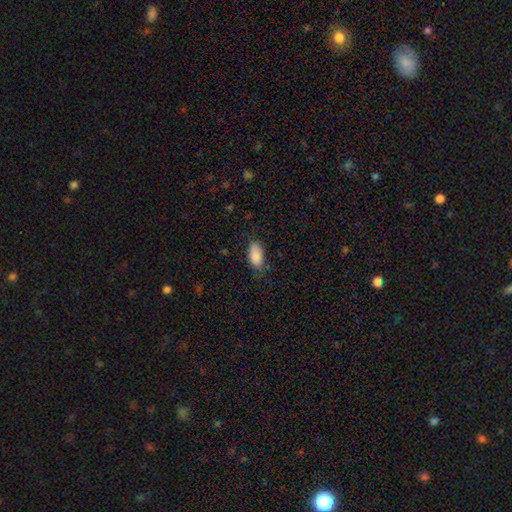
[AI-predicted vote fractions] Smooth or featured? Predicted: smooth (p=0.86). How rounded? Predicted: in between (p=0.93). Merging? Predicted: none (p=0.65).